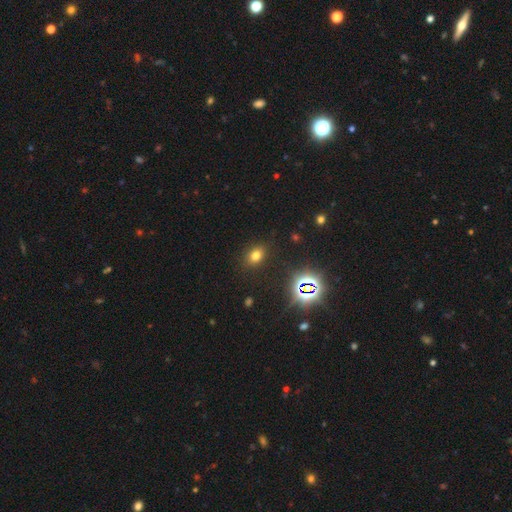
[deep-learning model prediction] Overall: smooth (69%). How rounded: in between (67%; round 32%). Merging: none (86%).